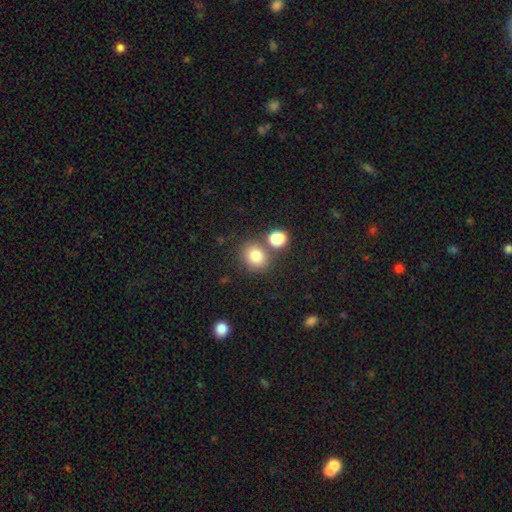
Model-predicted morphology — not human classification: Smooth or featured?
  - smooth: 81% *
  - star or artifact: 11%
  - featured or disk: 8%
How rounded?
  - round: 72% *
  - in between: 27%
  - cigar-shaped: 1%
Merging?
  - none: 63% *
  - merger: 24%
  - minor disturbance: 10%
  - major disturbance: 3%